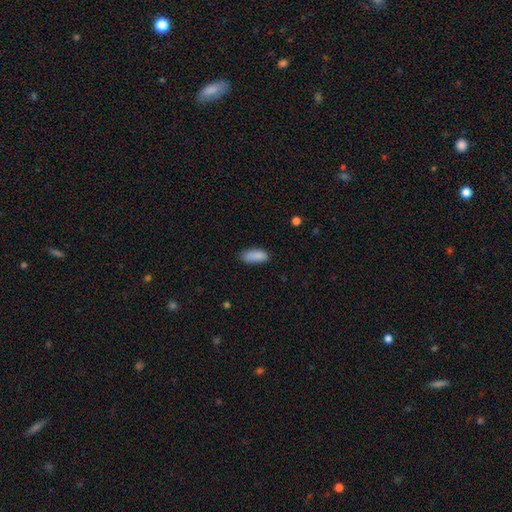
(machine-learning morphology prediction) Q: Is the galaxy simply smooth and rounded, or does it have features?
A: smooth — 87%.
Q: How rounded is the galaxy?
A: in between — 83%.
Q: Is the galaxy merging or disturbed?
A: none — 70%.